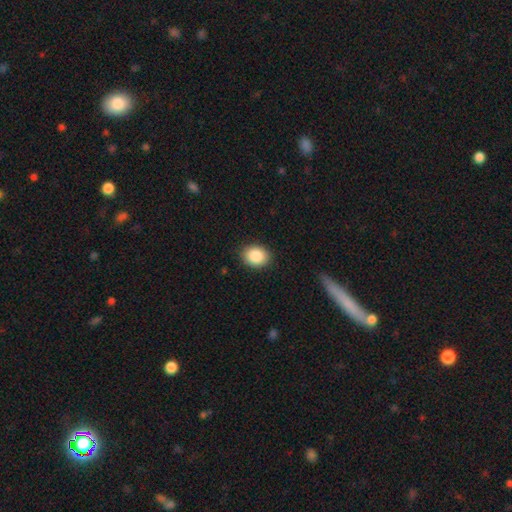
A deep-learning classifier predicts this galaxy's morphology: smooth_or_featured: smooth (p=0.89) [alt: star or artifact p=0.07]
how_rounded: in between (p=0.54) [alt: round p=0.45]
merging: none (p=0.88) [alt: minor disturbance p=0.09]